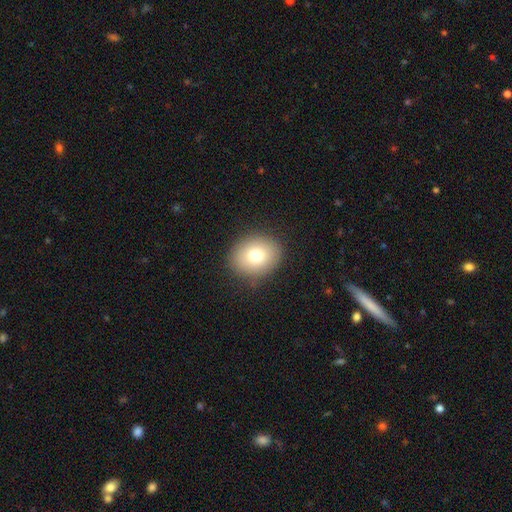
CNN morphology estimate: Smooth or featured? smooth (77%)
How rounded? round (65%)
Merging? none (87%)